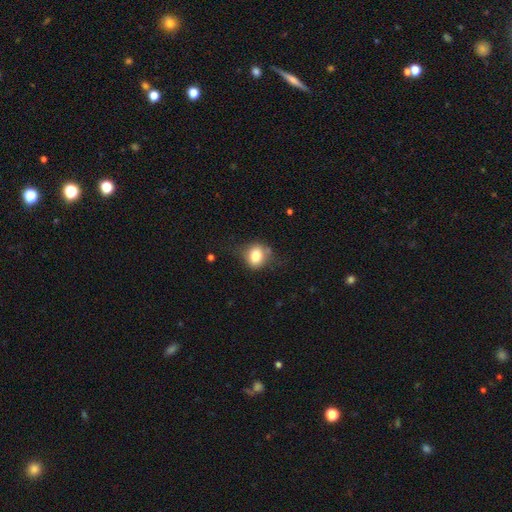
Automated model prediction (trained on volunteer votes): A smooth galaxy with no disk features (77%) that is round (64%). Merging: none (62%).